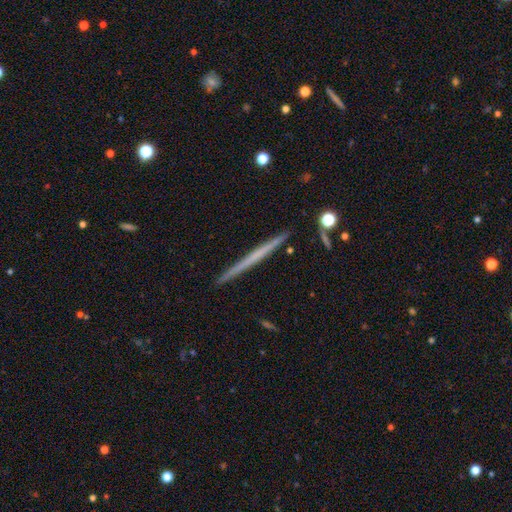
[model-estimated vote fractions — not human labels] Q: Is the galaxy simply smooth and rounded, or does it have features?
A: featured or disk — 54%.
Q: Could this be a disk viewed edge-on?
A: yes — 98%.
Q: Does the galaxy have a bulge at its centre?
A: none — 92%.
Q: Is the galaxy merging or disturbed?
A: none — 92%.